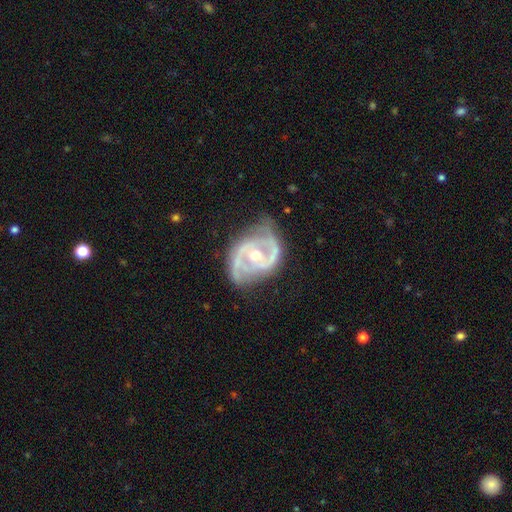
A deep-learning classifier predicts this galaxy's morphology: Smooth or featured: featured or disk — 89% (smooth — 6%)
Edge-on disk: no — 97% (yes — 3%)
Bar: no — 54% (weak — 33%)
Spiral arms: yes — 93% (no — 7%)
Spiral winding: tight — 44% (medium — 43%)
Spiral arm count: 2 — 70% (can't tell — 11%)
Bulge size: moderate — 69% (small — 26%)
Merging: none — 61% (minor disturbance — 26%)